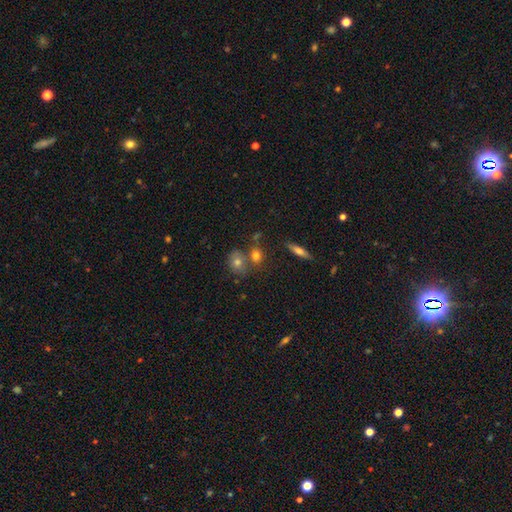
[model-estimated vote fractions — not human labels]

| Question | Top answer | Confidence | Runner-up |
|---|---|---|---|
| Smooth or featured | smooth | 72% | featured or disk (15%) |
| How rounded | round | 64% | in between (33%) |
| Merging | none | 54% | merger (31%) |